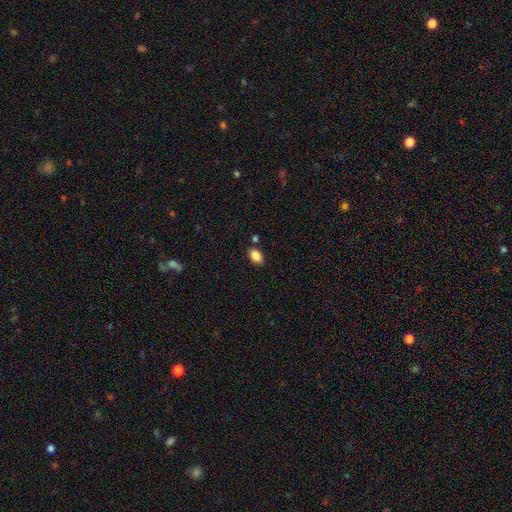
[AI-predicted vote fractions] Overall: smooth (87%). How rounded: in between (86%). Merging: none (80%).